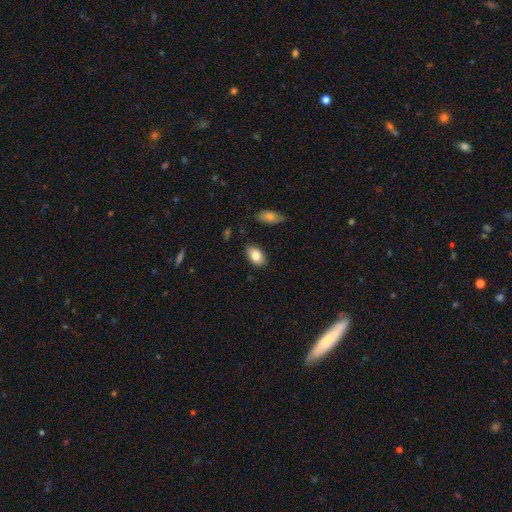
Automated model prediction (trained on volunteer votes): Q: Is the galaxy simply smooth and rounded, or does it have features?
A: smooth — 82%.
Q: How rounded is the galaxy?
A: in between — 93%.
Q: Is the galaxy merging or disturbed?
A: none — 86%.